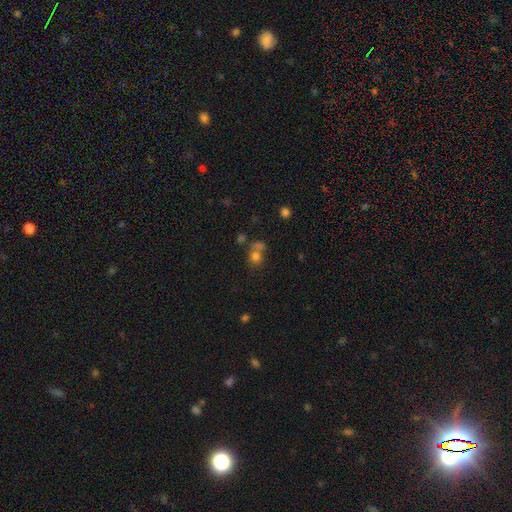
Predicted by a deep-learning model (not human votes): Smooth or featured: smooth — 70% (star or artifact — 19%)
How rounded: round — 77% (in between — 22%)
Merging: none — 46% (merger — 40%)